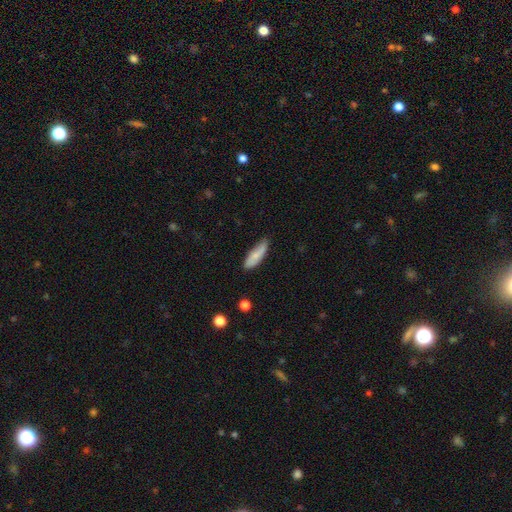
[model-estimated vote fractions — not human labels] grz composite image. It shows a smooth galaxy with no disk features (75%) that is in between round and cigar-shaped (53%). Merging: none (71%).